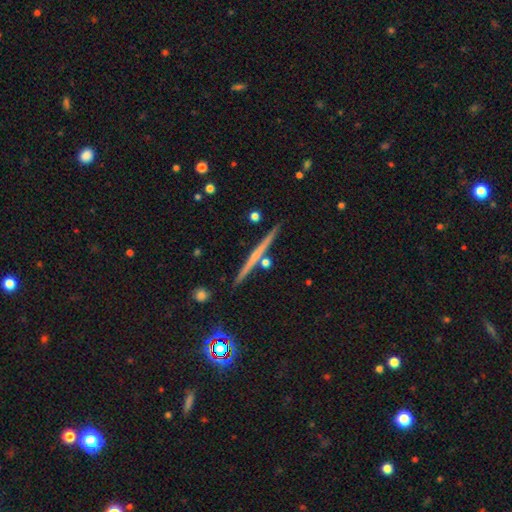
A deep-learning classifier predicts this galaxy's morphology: smooth_or_featured: featured or disk (p=0.64) [alt: smooth p=0.28]
disk_edge_on: yes (p=0.98) [alt: no p=0.02]
edge_on_bulge: none (p=0.61) [alt: rounded p=0.34]
merging: none (p=0.87) [alt: minor disturbance p=0.07]